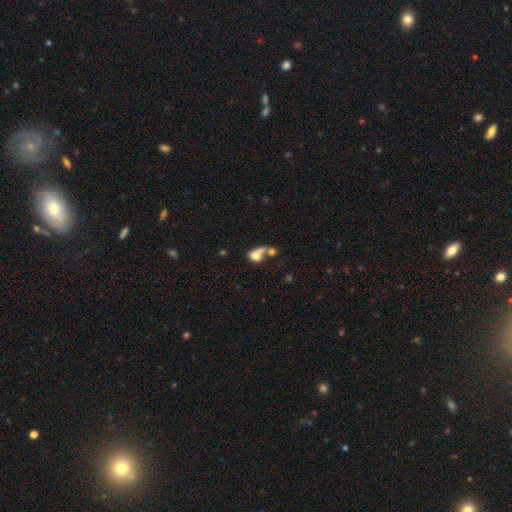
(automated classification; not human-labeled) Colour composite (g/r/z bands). It shows a smooth galaxy with no disk features (68%) that is round (52%). Merging: merger (58%).